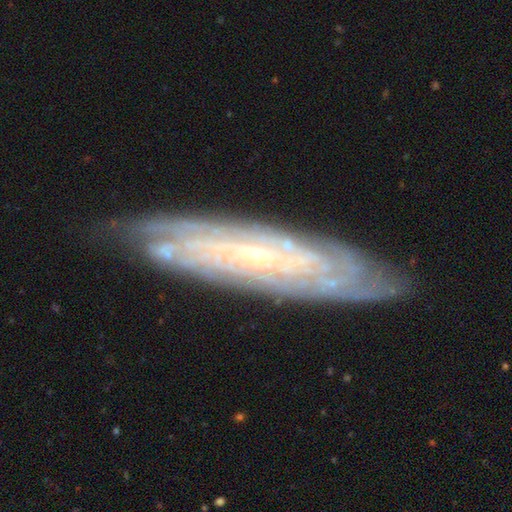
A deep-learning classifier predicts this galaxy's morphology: Smooth or featured: featured or disk — 85% (smooth — 9%)
Edge-on disk: no — 74% (yes — 26%)
Bar: no — 61% (weak — 28%)
Spiral arms: yes — 95% (no — 5%)
Spiral winding: tight — 80% (medium — 17%)
Spiral arm count: can't tell — 49% (4 — 13%)
Bulge size: small — 82% (moderate — 13%)
Merging: none — 80% (minor disturbance — 15%)